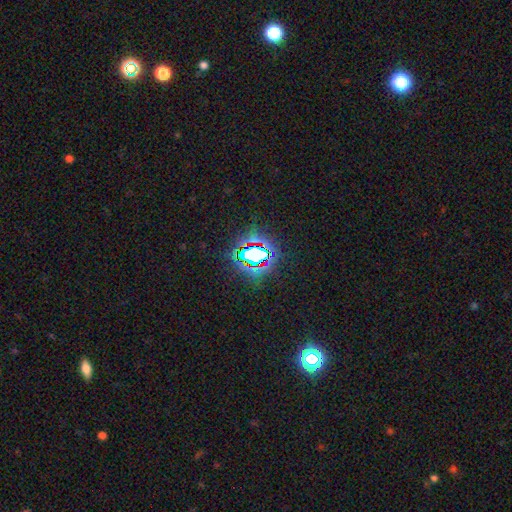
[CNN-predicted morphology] Smooth or featured: star or artifact — 70% (smooth — 19%)